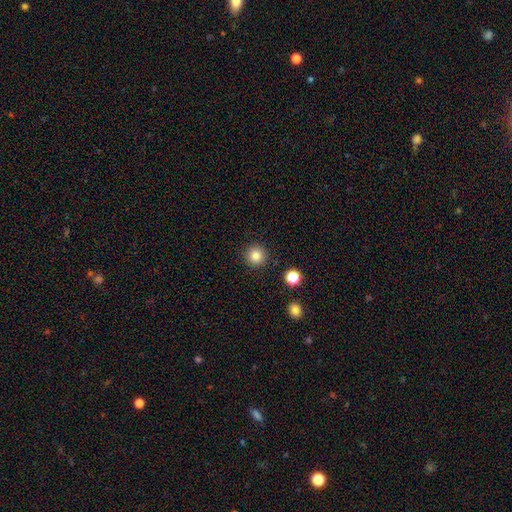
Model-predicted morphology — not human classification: This is clearly a smooth galaxy (84%). How rounded: clearly round (95%). Merging: clearly none (92%).